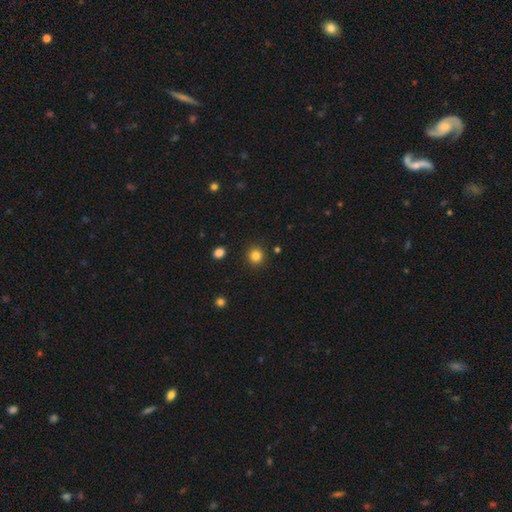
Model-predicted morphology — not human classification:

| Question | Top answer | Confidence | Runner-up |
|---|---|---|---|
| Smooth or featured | smooth | 83% | star or artifact (12%) |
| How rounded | round | 93% | in between (6%) |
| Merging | none | 91% | minor disturbance (5%) |